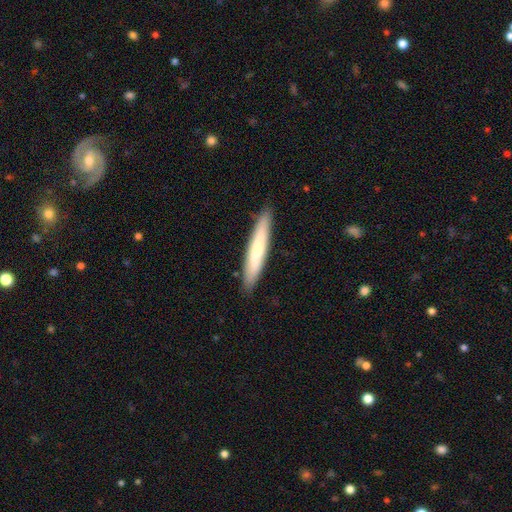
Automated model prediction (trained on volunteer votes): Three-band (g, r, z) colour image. It shows a smooth galaxy with no disk features (66%) that is cigar-shaped (94%). Merging: none (89%).